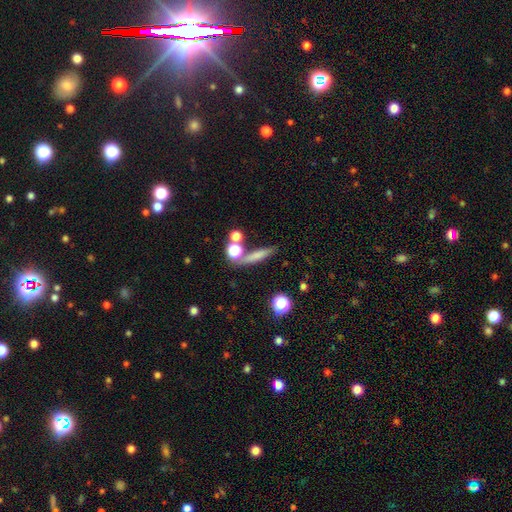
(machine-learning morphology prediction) type=smooth (65%); roundness=cigar-shaped (71%); merging=none (65%).